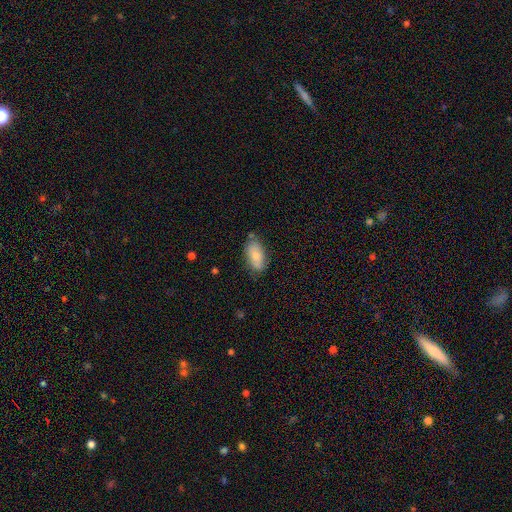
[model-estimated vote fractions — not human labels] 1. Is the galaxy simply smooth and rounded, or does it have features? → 74% smooth, 19% featured or disk, 7% star or artifact.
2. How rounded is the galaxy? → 92% in between, 5% cigar-shaped, 3% round.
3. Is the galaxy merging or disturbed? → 72% none, 20% minor disturbance, 4% major disturbance, 4% merger.